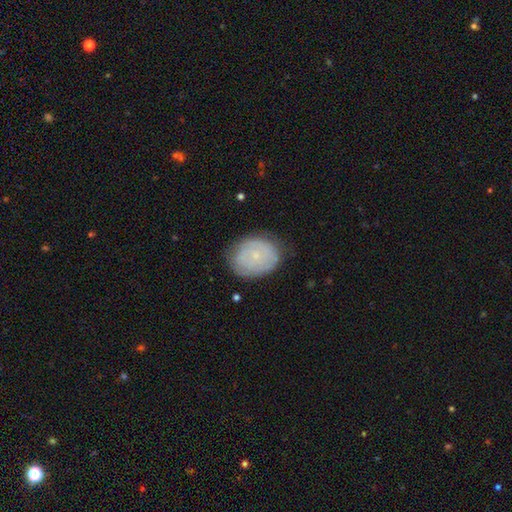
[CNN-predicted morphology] smooth-or-featured: smooth: 49% | featured or disk: 43% | star or artifact: 8%
  merging: none: 75% | minor disturbance: 19% | major disturbance: 5% | merger: 1%